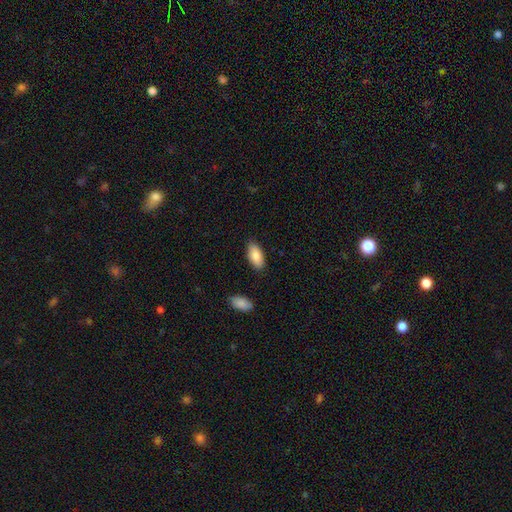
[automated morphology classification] A smooth galaxy with no disk features (86%) that is in between round and cigar-shaped (90%).

Vote fractions:
- Smooth or featured? smooth: 86% / featured or disk: 8% / star or artifact: 6%
- How rounded? in between: 90% / cigar-shaped: 8% / round: 2%
- Merging? none: 86% / minor disturbance: 10% / major disturbance: 2% / merger: 2%